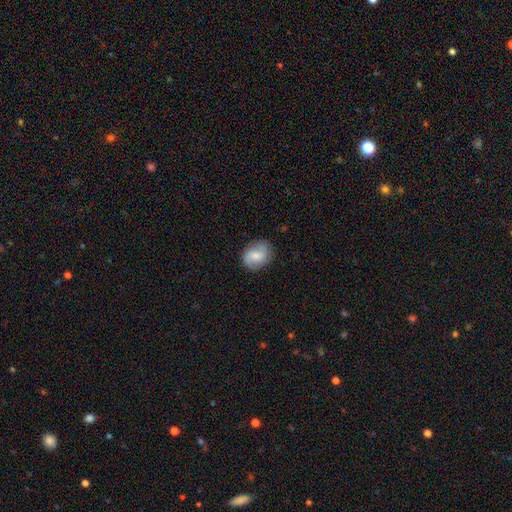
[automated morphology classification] A featured or disk galaxy (48%). Merging: none (81%).